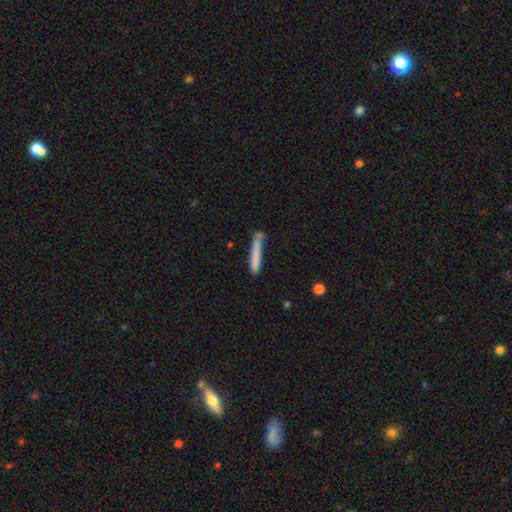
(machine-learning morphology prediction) Smooth or featured? Predicted: smooth (p=0.75). How rounded? Predicted: cigar-shaped (p=0.94). Merging? Predicted: none (p=0.65).